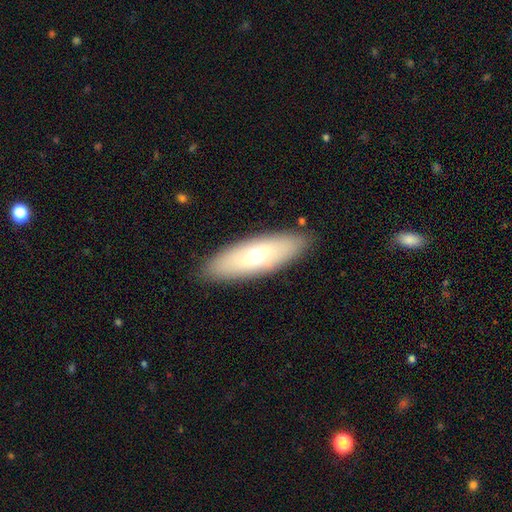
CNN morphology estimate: Smooth or featured? smooth (58%)
How rounded? in between (63%)
Merging? none (88%)